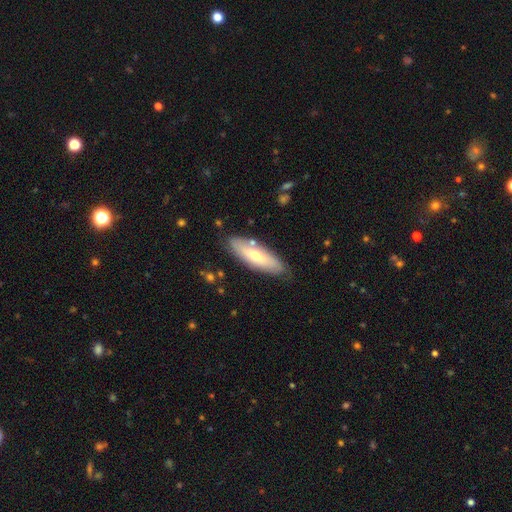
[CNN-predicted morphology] Smooth or featured? Predicted: smooth (p=0.57). How rounded? Predicted: in between (p=0.53). Merging? Predicted: none (p=0.80).